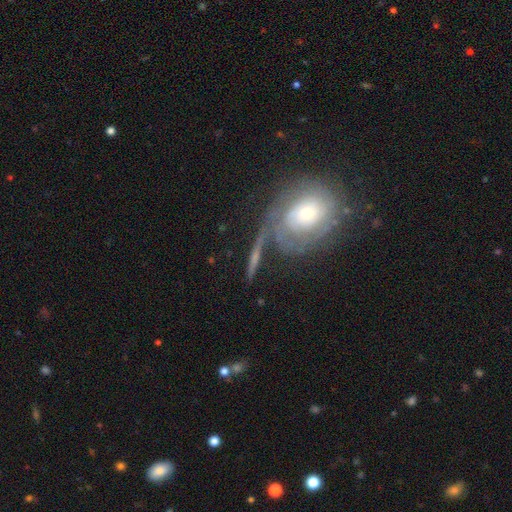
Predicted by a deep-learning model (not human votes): A featured or disk galaxy (62%). Merging: none (58%).